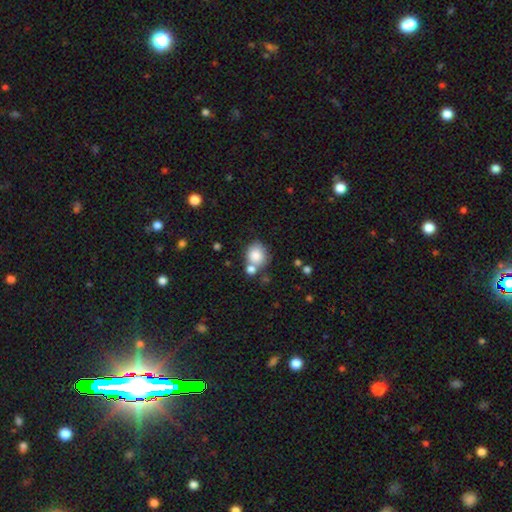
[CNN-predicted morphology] A smooth galaxy with no disk features (82%) that is round (71%).

Vote fractions:
- Smooth or featured? smooth: 82% / star or artifact: 9% / featured or disk: 8%
- How rounded? round: 71% / in between: 28% / cigar-shaped: 1%
- Merging? none: 56% / merger: 27% / minor disturbance: 13% / major disturbance: 5%